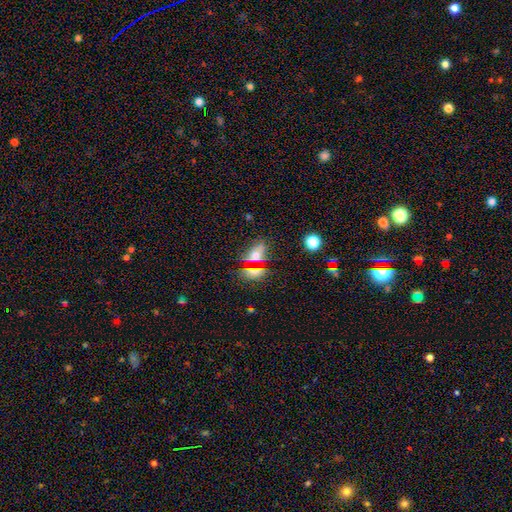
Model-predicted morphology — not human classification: Smooth or featured?
  - smooth: 59% *
  - star or artifact: 21%
  - featured or disk: 19%
How rounded?
  - in between: 71% *
  - round: 17%
  - cigar-shaped: 12%
Merging?
  - none: 55% *
  - merger: 23%
  - minor disturbance: 15%
  - major disturbance: 8%